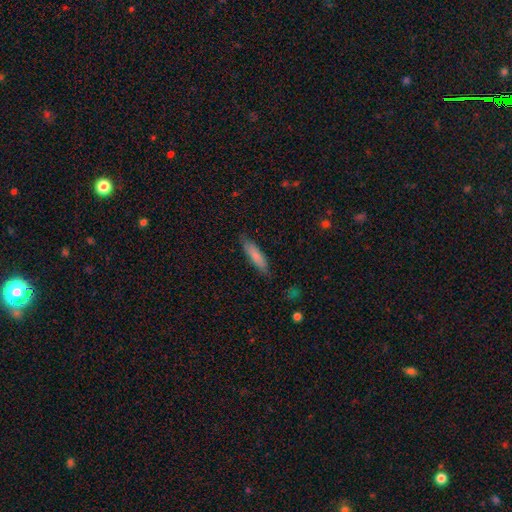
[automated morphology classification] A smooth galaxy with no disk features (80%) that is cigar-shaped (76%).

Vote fractions:
- Smooth or featured? smooth: 80% / featured or disk: 14% / star or artifact: 6%
- How rounded? cigar-shaped: 76% / in between: 23% / round: 1%
- Merging? none: 81% / minor disturbance: 15% / major disturbance: 3% / merger: 1%